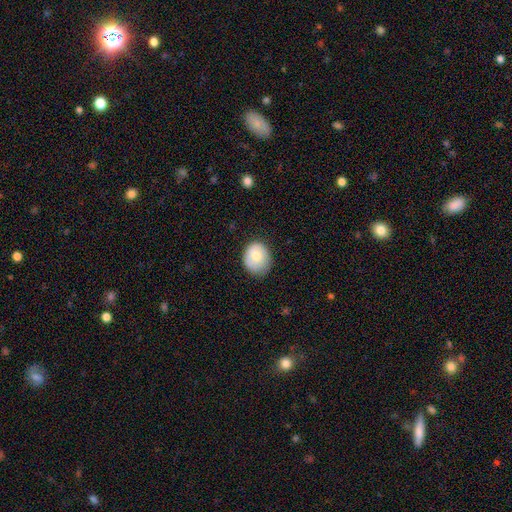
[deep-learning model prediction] A smooth galaxy with no disk features (74%) that is round (61%). Merging: none (72%).